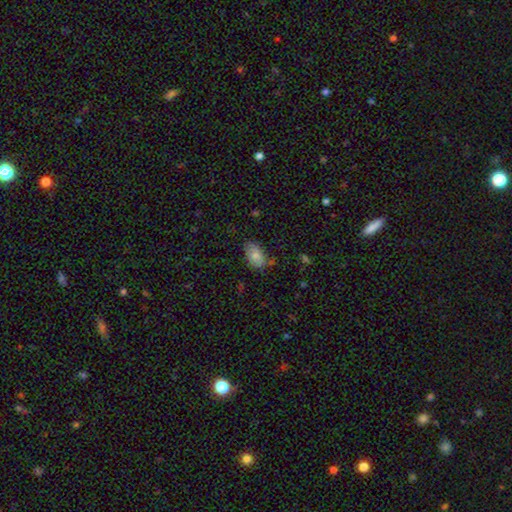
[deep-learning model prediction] A smooth galaxy with no disk features (81%) that is in between round and cigar-shaped (90%). Merging: none (66%).